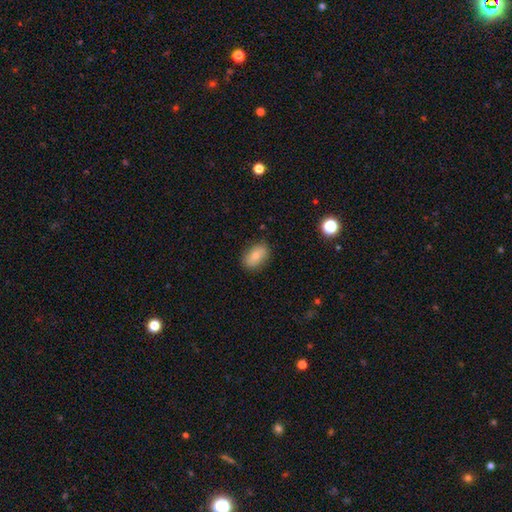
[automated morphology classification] smooth 76%, featured or disk 17%, star or artifact 7%. Down the decision tree: how rounded — in between (87%); merging — none (83%).